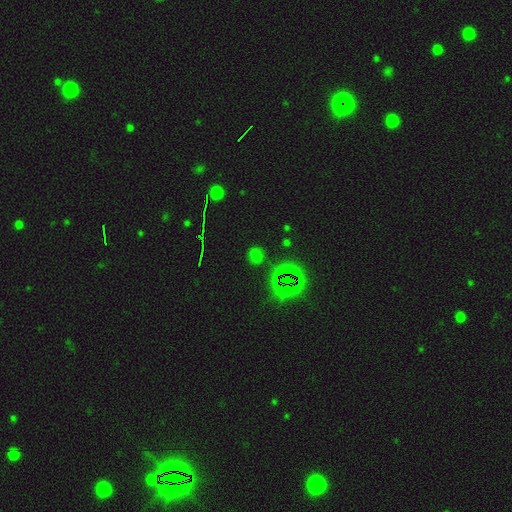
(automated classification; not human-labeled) Smooth or featured?
  - star or artifact: 49% *
  - smooth: 44%
  - featured or disk: 6%